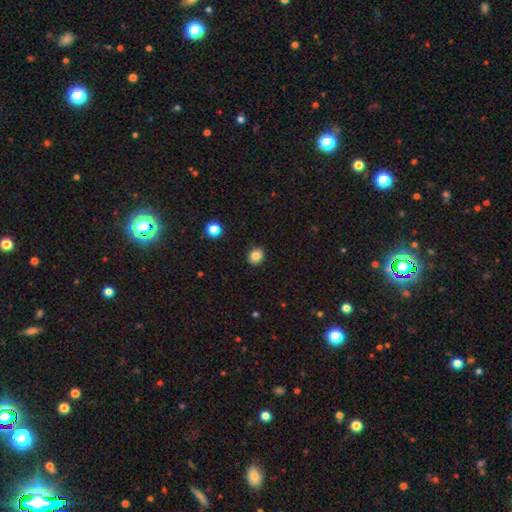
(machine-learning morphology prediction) Smooth or featured? Predicted: smooth (p=0.83). How rounded? Predicted: round (p=0.64). Merging? Predicted: none (p=0.89).